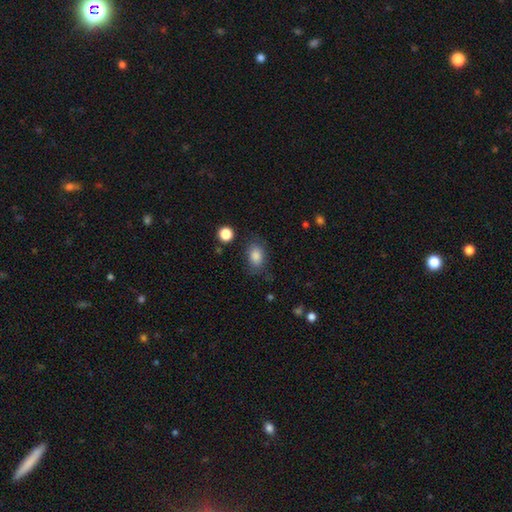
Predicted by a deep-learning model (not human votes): smooth_or_featured: smooth (p=0.85) [alt: star or artifact p=0.09]
how_rounded: in between (p=0.81) [alt: round p=0.18]
merging: none (p=0.75) [alt: minor disturbance p=0.17]